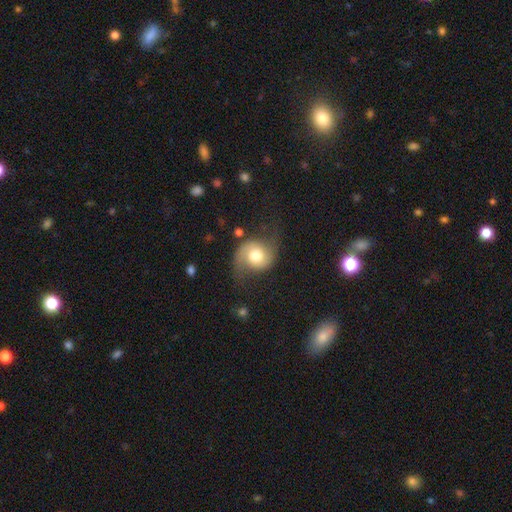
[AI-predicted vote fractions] Smooth or featured?
  - featured or disk: 68% *
  - smooth: 25%
  - star or artifact: 7%
Edge-on disk?
  - no: 97% *
  - yes: 3%
Bar?
  - no: 69% *
  - weak: 25%
  - strong: 5%
Spiral arms?
  - yes: 92% *
  - no: 8%
Spiral winding?
  - loose: 50% *
  - medium: 39%
  - tight: 12%
Spiral arm count?
  - 2: 89% *
  - 1: 5%
  - can't tell: 3%
  - 3: 1%
  - 4: 1%
  - more than 4: 1%
Bulge size?
  - moderate: 61% *
  - large: 28%
  - small: 6%
  - dominant: 4%
  - none: 1%
Merging?
  - none: 59% *
  - minor disturbance: 23%
  - major disturbance: 15%
  - merger: 2%